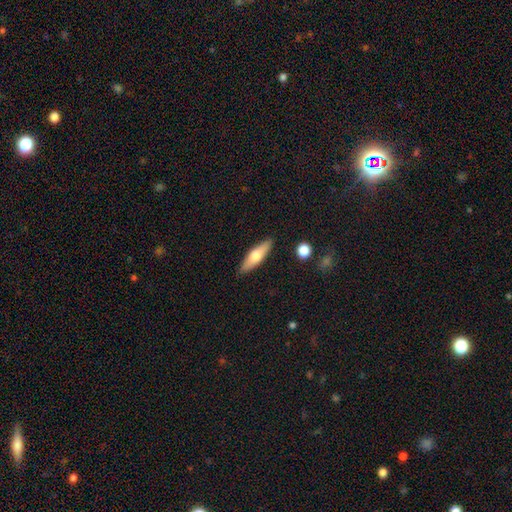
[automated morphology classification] Smooth or featured? smooth (58%)
How rounded? cigar-shaped (57%)
Merging? none (88%)